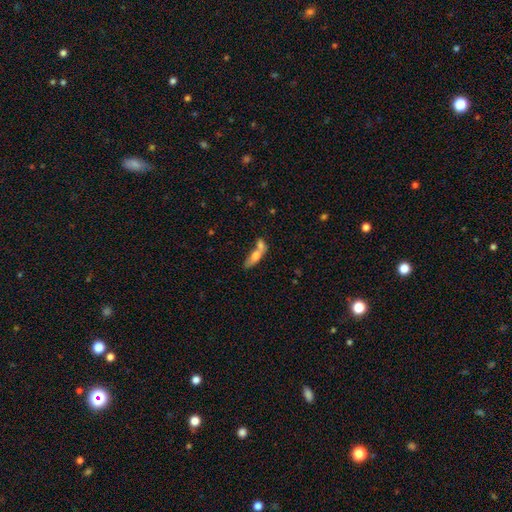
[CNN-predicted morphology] smooth-or-featured: smooth: 65% | featured or disk: 26% | star or artifact: 8%
  how-rounded: in between: 53% | cigar-shaped: 43% | round: 5%
  merging: merger: 57% | none: 26% | minor disturbance: 10% | major disturbance: 7%